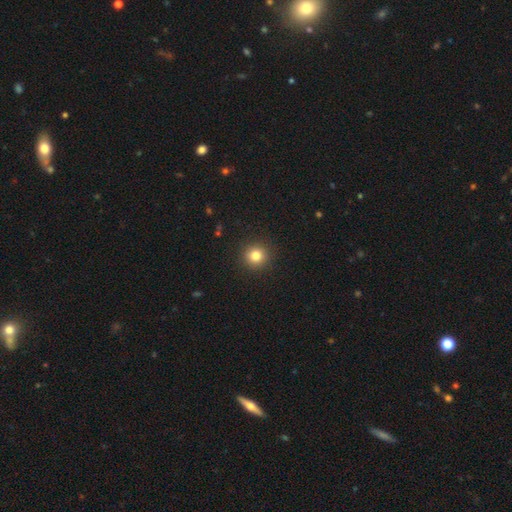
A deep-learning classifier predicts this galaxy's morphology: This appears to be a smooth galaxy with no disk features (81%) that is round (94%). Merging: none (92%).